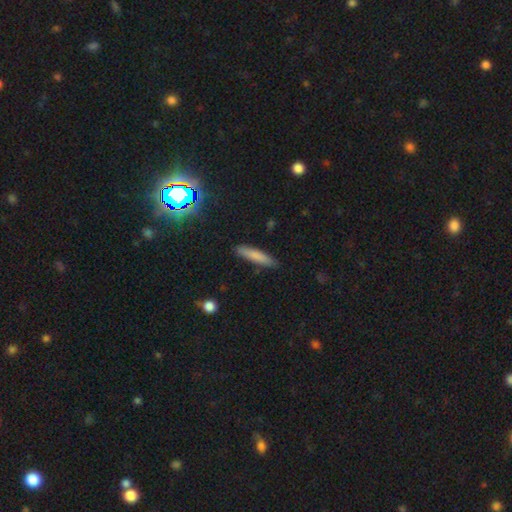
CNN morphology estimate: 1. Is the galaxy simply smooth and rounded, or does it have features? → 77% smooth, 15% featured or disk, 8% star or artifact.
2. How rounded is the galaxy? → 87% cigar-shaped, 12% in between, 1% round.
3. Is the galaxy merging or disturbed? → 88% none, 9% minor disturbance, 2% major disturbance, 1% merger.